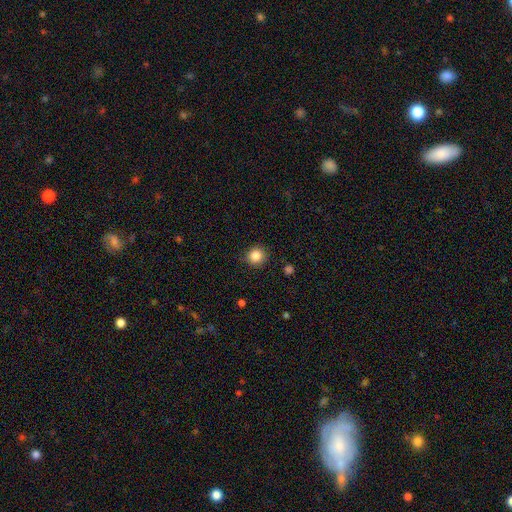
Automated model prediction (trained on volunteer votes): Q: Smooth or featured?
A: smooth (85%); runner-up: star or artifact (10%)
Q: How rounded?
A: round (92%); runner-up: in between (7%)
Q: Merging?
A: none (88%); runner-up: minor disturbance (8%)